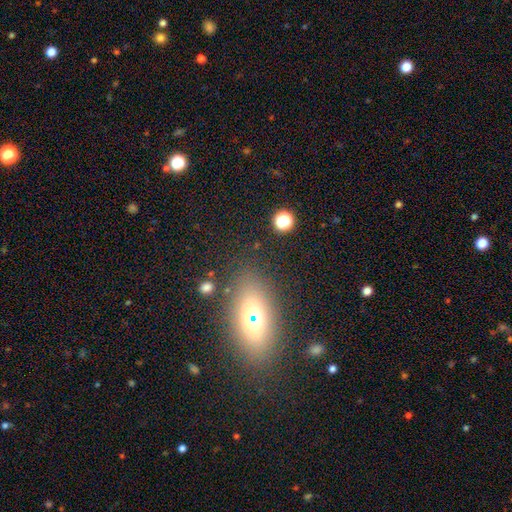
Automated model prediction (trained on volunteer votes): A smooth galaxy with no disk features (70%) that is in between round and cigar-shaped (80%).

Vote fractions:
- Smooth or featured? smooth: 70% / star or artifact: 16% / featured or disk: 14%
- How rounded? in between: 80% / cigar-shaped: 15% / round: 5%
- Merging? none: 85% / minor disturbance: 10% / major disturbance: 3% / merger: 2%